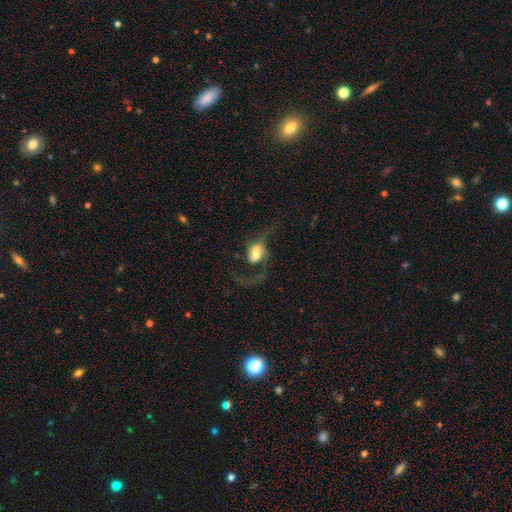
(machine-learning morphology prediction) The model was most divided on "bulge size": moderate: 28%, large: 26%, small: 18%, none: 16%, dominant: 11%. Remaining: edge-on disk — no (96%); spiral arms — yes (73%); smooth or featured — featured or disk (56%); bar — no (54%); merging — major disturbance (44%).